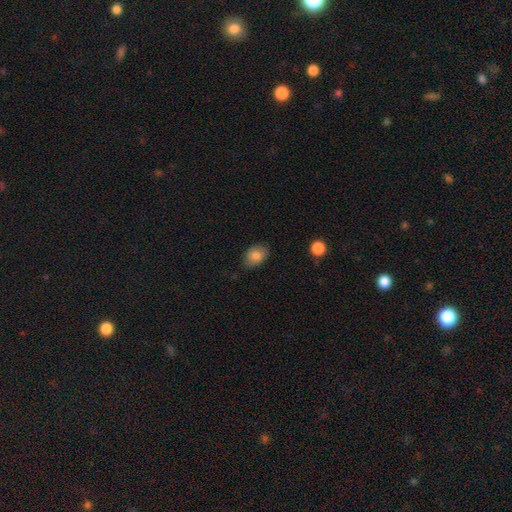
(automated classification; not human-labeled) Overall: smooth (83%). How rounded: in between (76%). Merging: none (74%).